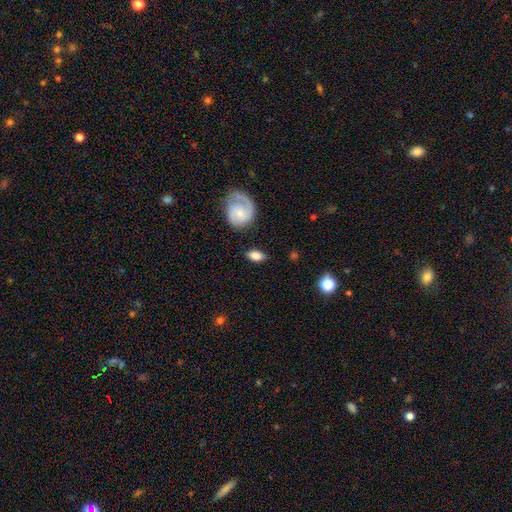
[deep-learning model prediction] Smooth or featured? smooth (74%)
How rounded? in between (87%)
Merging? none (80%)